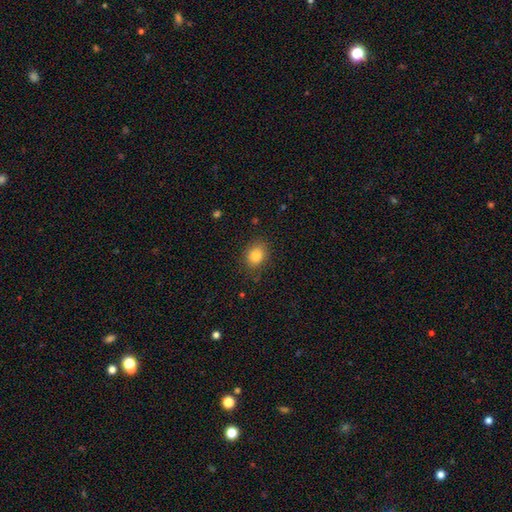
Smooth or featured?
  - smooth: 87% *
  - star or artifact: 8%
  - featured or disk: 5%
How rounded?
  - in between: 67% *
  - round: 33%
  - cigar-shaped: 0%
Merging?
  - none: 77% *
  - minor disturbance: 17%
  - major disturbance: 6%
  - merger: 0%